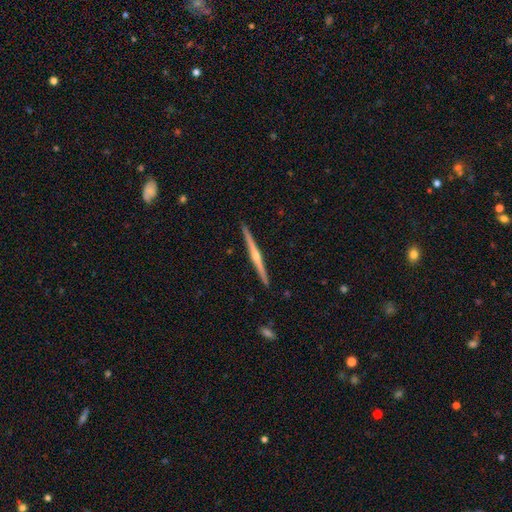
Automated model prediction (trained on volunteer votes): Overall: featured or disk (79%). Edge-on disk: yes (98%). Edge-on bulge: rounded (82%). Merging: none (92%).